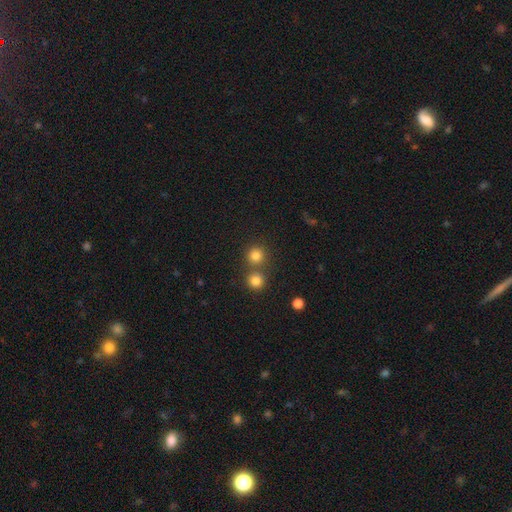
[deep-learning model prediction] Smooth or featured? smooth (81%)
How rounded? round (92%)
Merging? none (67%)